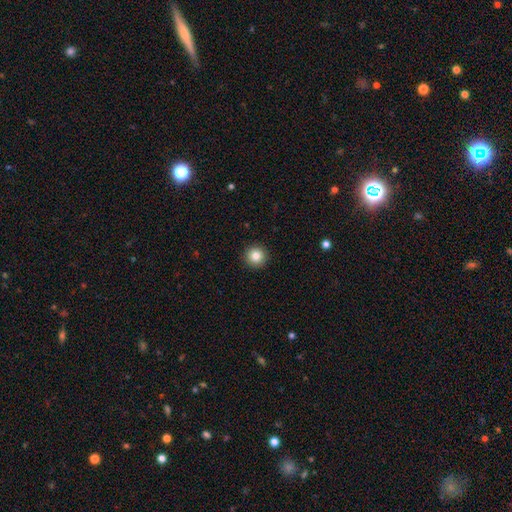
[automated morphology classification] The model was most divided on "smooth or featured": smooth: 83%, star or artifact: 10%, featured or disk: 7%. More confident: how rounded — round (96%); merging — none (93%).